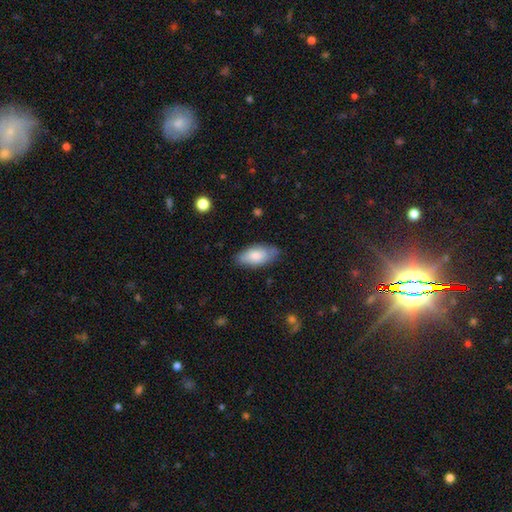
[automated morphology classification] smooth_or_featured: smooth (p=0.76) [alt: featured or disk p=0.18]
how_rounded: in between (p=0.91) [alt: cigar-shaped p=0.07]
merging: none (p=0.75) [alt: minor disturbance p=0.20]